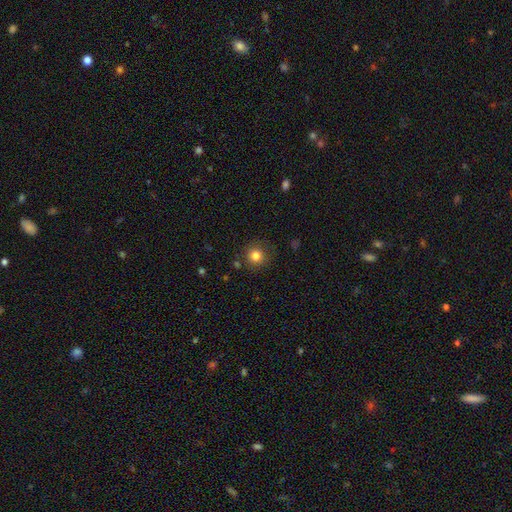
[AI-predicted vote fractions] A smooth galaxy with no disk features (82%) that is round (93%). Merging: none (85%).